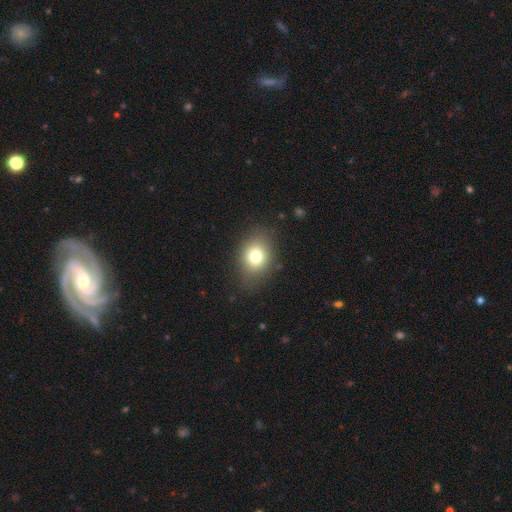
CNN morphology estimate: smooth 53%, featured or disk 30%, star or artifact 17%. Down the decision tree: how rounded — in between (51%); merging — none (85%).